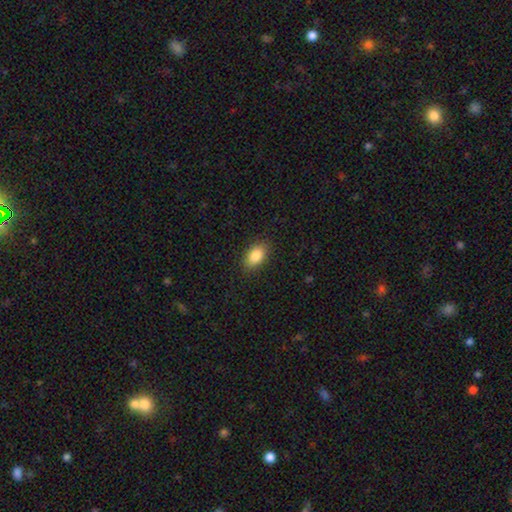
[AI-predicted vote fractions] Q: Smooth or featured?
A: smooth (86%); runner-up: star or artifact (8%)
Q: How rounded?
A: in between (89%); runner-up: round (9%)
Q: Merging?
A: none (87%); runner-up: minor disturbance (10%)